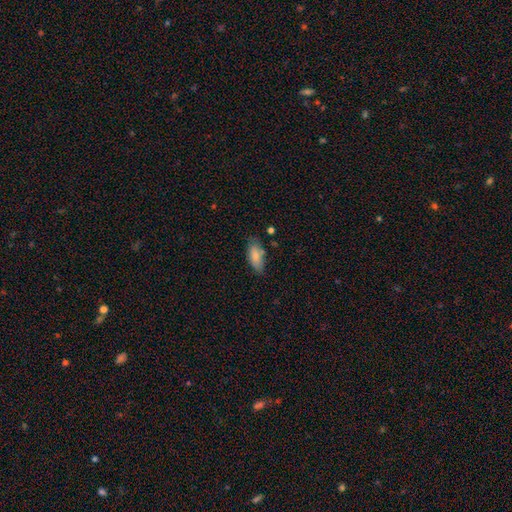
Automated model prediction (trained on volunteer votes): The model was most divided on "merging": none: 71%, minor disturbance: 20%, merger: 5%, major disturbance: 4%. More confident: smooth or featured — smooth (84%); how rounded — in between (82%).